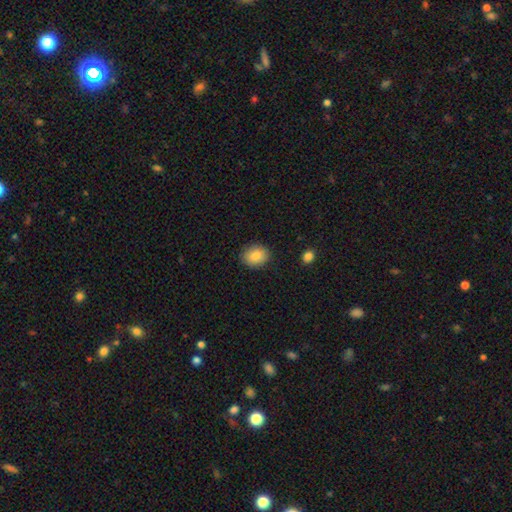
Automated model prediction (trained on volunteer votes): The model was most divided on "how rounded": round: 50%, in between: 49%, cigar-shaped: 1%. More confident: merging — none (88%); smooth or featured — smooth (84%).